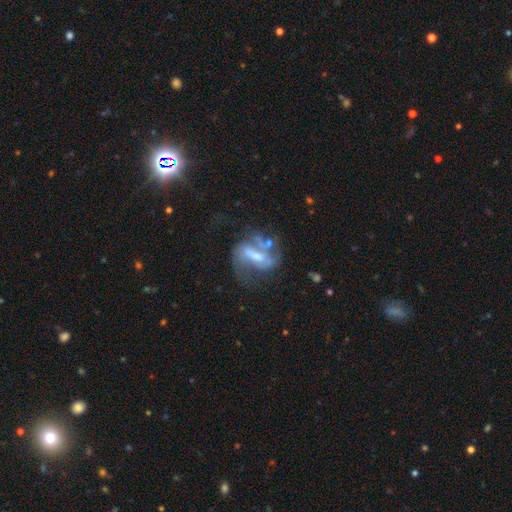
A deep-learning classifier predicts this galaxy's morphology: Smooth or featured? Predicted: featured or disk (p=0.72). Edge-on disk? Predicted: no (p=0.92). Bar? Predicted: strong (p=0.46). Spiral arms? Predicted: yes (p=0.75). Bulge size? Predicted: moderate (p=0.42). Merging? Predicted: none (p=0.40).